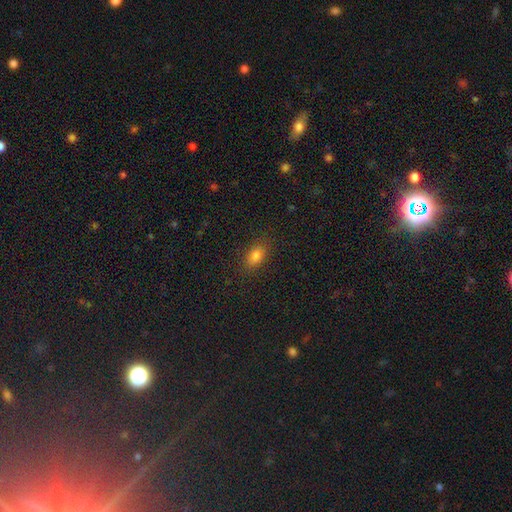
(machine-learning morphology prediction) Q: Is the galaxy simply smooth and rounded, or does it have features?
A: smooth — 81%.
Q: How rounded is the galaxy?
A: in between — 84%.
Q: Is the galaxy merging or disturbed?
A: none — 87%.